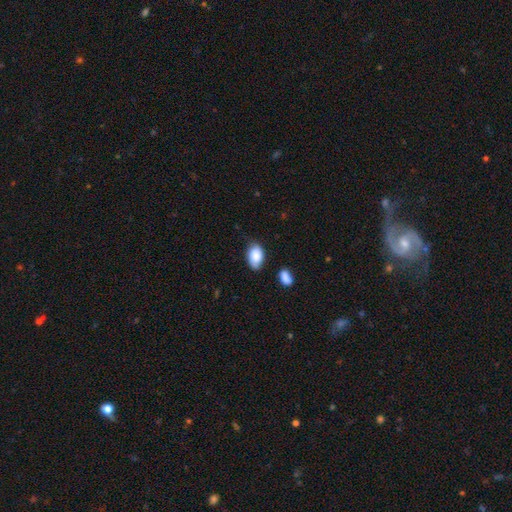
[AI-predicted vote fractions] smooth_or_featured: smooth (p=0.87) [alt: featured or disk p=0.07]
how_rounded: in between (p=0.91) [alt: round p=0.07]
merging: none (p=0.67) [alt: minor disturbance p=0.24]